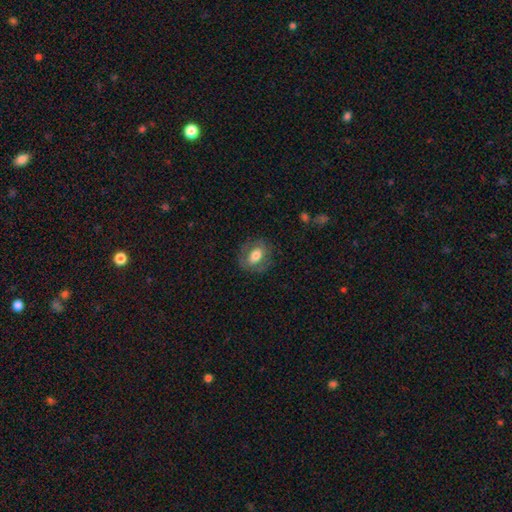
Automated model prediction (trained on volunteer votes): A smooth galaxy with no disk features (62%) that is in between round and cigar-shaped (66%).

Vote fractions:
- Smooth or featured? smooth: 62% / featured or disk: 31% / star or artifact: 8%
- How rounded? in between: 66% / round: 32% / cigar-shaped: 2%
- Merging? none: 76% / minor disturbance: 15% / major disturbance: 8% / merger: 1%